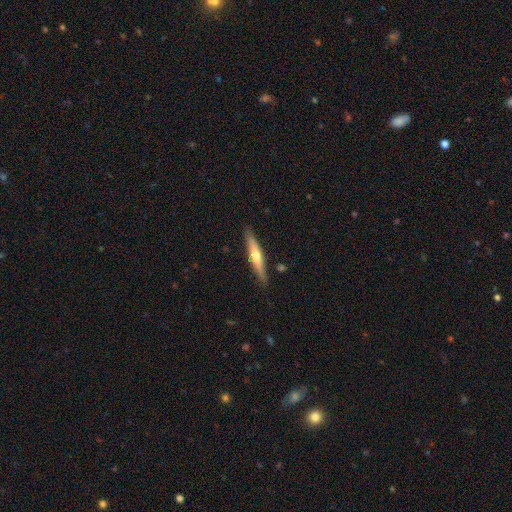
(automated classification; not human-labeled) smooth_or_featured: featured or disk (p=0.53) [alt: smooth p=0.42]
disk_edge_on: yes (p=0.93) [alt: no p=0.07]
merging: none (p=0.87) [alt: minor disturbance p=0.10]